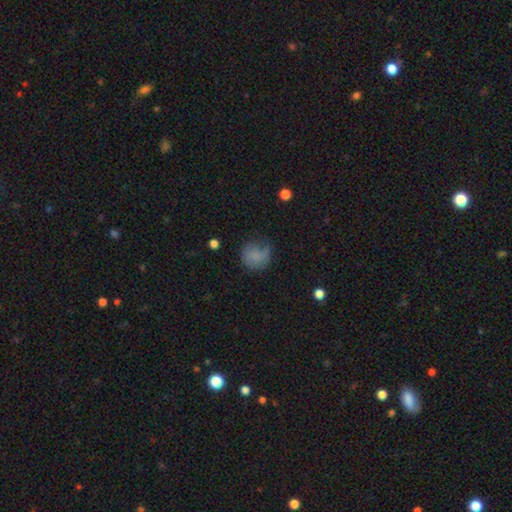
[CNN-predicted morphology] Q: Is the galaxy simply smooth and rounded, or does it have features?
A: smooth — 74%.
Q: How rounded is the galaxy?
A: round — 80%.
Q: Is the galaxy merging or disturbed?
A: none — 47%.